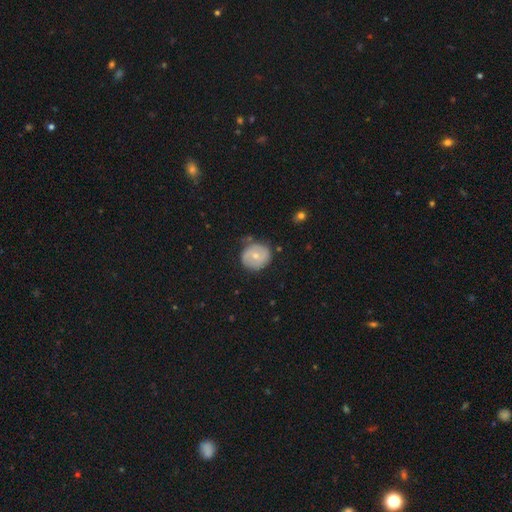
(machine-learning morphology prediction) This appears to be a smooth galaxy with no disk features (51%) that is round (82%). Merging: none (69%).